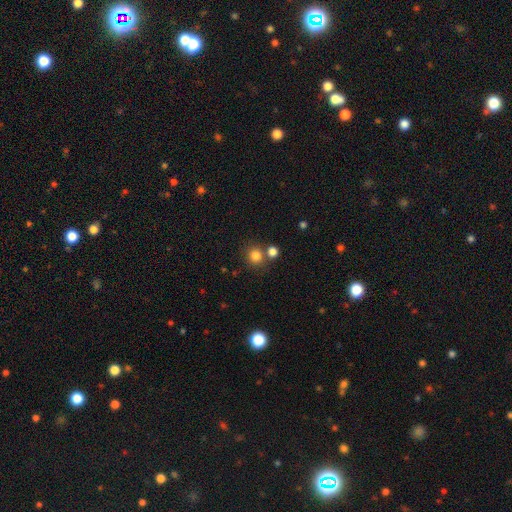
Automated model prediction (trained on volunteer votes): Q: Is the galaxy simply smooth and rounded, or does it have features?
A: smooth — 82%.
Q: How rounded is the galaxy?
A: round — 90%.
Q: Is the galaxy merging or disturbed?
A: none — 71%.